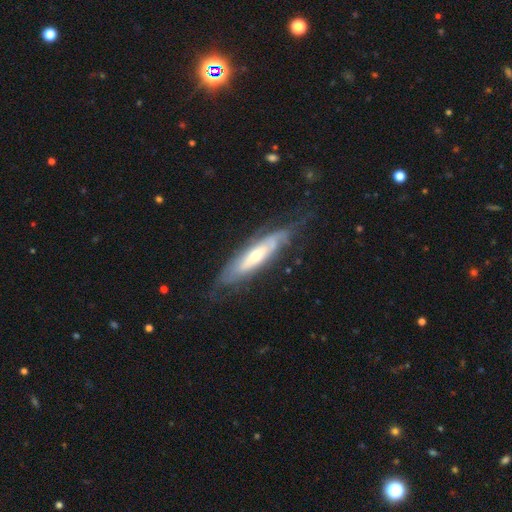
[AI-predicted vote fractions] Smooth or featured? Predicted: featured or disk (p=0.71). Edge-on disk? Predicted: no (p=0.56). Merging? Predicted: none (p=0.69).